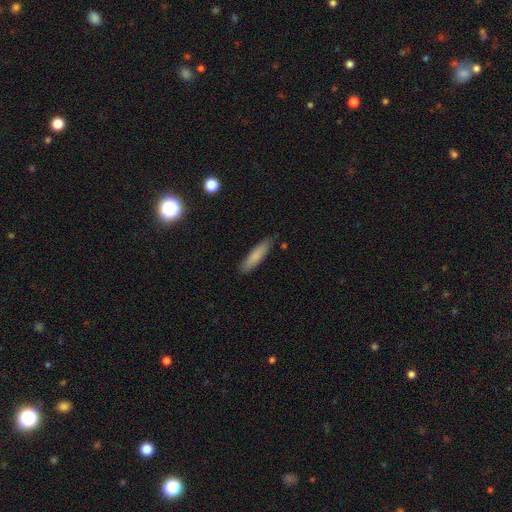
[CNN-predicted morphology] smooth_or_featured: smooth (p=0.79) [alt: featured or disk p=0.14]
how_rounded: cigar-shaped (p=0.78) [alt: in between p=0.21]
merging: none (p=0.84) [alt: minor disturbance p=0.12]